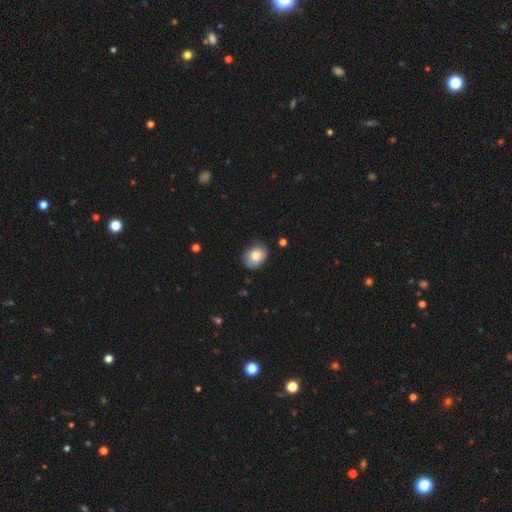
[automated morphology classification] Smooth or featured? Predicted: smooth (p=0.78). How rounded? Predicted: in between (p=0.60). Merging? Predicted: none (p=0.71).